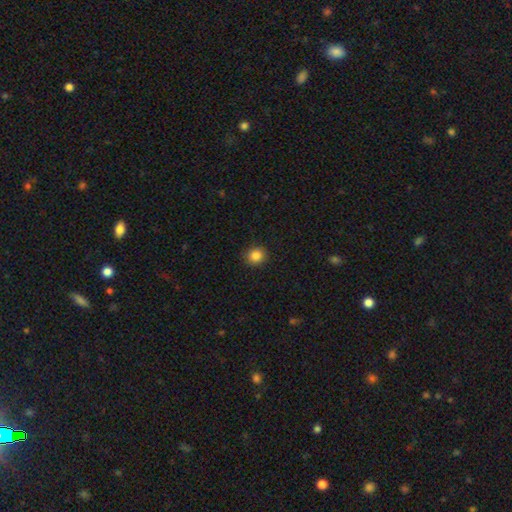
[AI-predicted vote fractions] Q: Smooth or featured?
A: smooth (85%); runner-up: star or artifact (11%)
Q: How rounded?
A: round (85%); runner-up: in between (15%)
Q: Merging?
A: none (90%); runner-up: minor disturbance (7%)